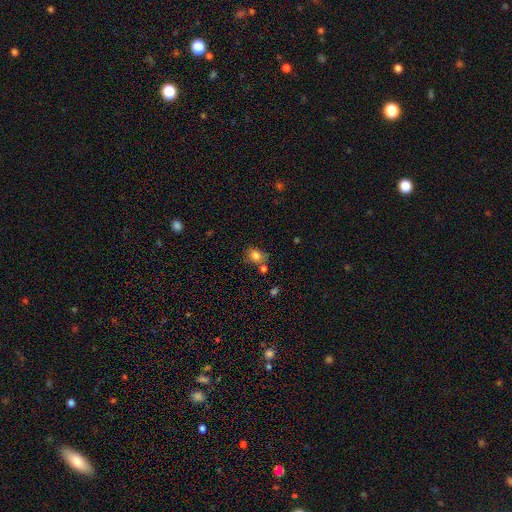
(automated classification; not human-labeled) This is likely a smooth galaxy (79%). How rounded: likely round (63%). Merging: likely none (60%).